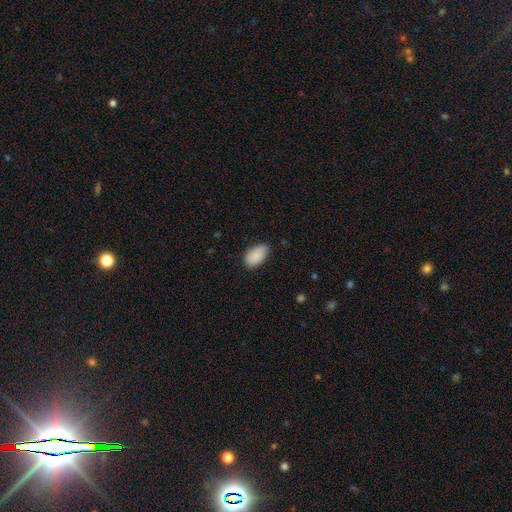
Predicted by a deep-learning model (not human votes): The model was most divided on "merging": none: 74%, minor disturbance: 22%, major disturbance: 3%, merger: 1%. More confident: how rounded — in between (94%); smooth or featured — smooth (89%).